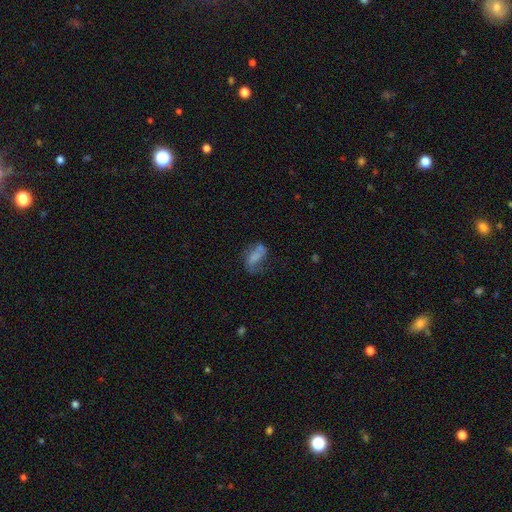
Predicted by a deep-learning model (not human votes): This is possibly a smooth galaxy (53%). How rounded: clearly in between (82%). Merging: marginally none (37%).